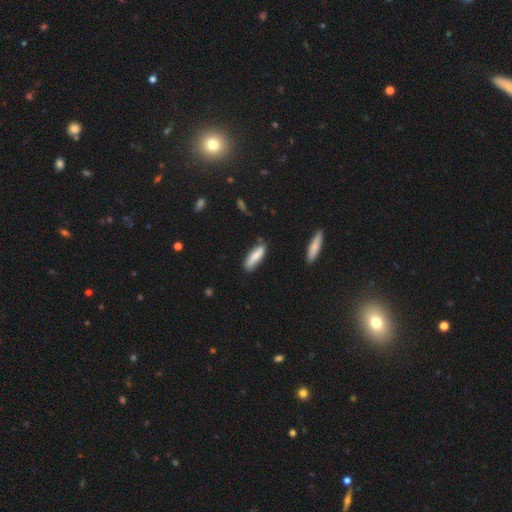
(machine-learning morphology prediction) smooth_or_featured: smooth (p=0.82) [alt: featured or disk p=0.12]
how_rounded: cigar-shaped (p=0.61) [alt: in between p=0.37]
merging: none (p=0.73) [alt: minor disturbance p=0.21]